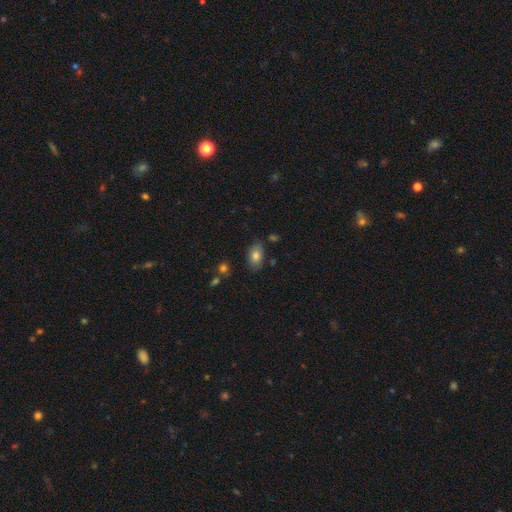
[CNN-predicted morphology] smooth-or-featured: smooth: 80% | featured or disk: 11% | star or artifact: 9%
  how-rounded: in between: 90% | round: 8% | cigar-shaped: 2%
  merging: none: 78% | minor disturbance: 15% | merger: 3% | major disturbance: 3%